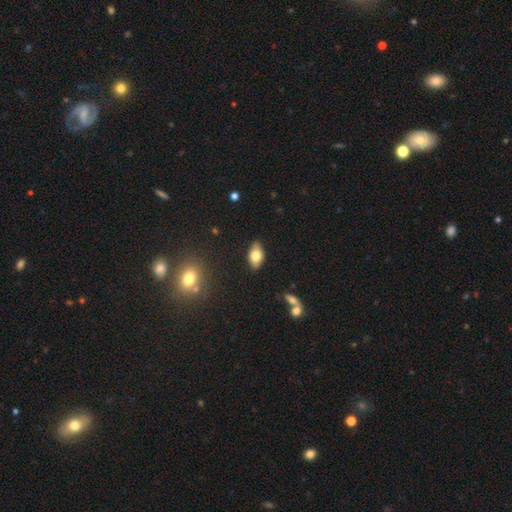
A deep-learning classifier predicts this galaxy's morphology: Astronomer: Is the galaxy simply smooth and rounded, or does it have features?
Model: smooth — 70%.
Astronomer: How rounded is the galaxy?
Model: in between — 90%.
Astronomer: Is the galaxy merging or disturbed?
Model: none — 85%.